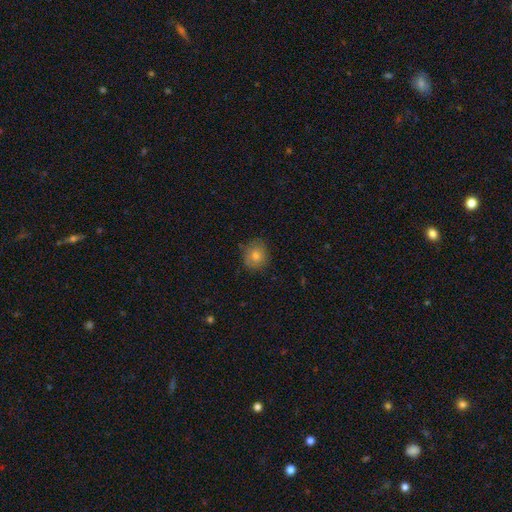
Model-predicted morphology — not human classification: Smooth or featured? Predicted: smooth (p=0.72). How rounded? Predicted: round (p=0.73). Merging? Predicted: none (p=0.80).